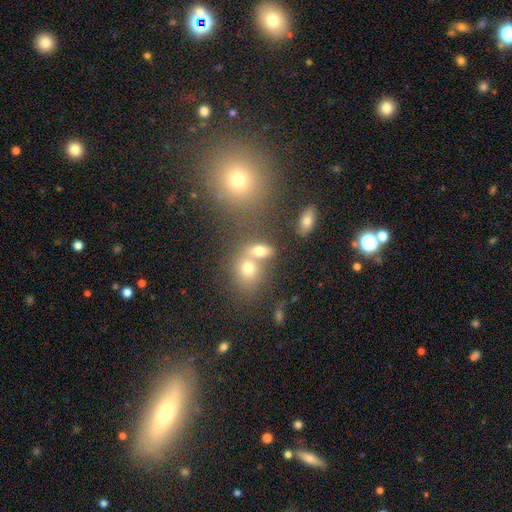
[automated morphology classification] Smooth or featured? Predicted: smooth (p=0.63). How rounded? Predicted: round (p=0.56). Merging? Predicted: none (p=0.47).